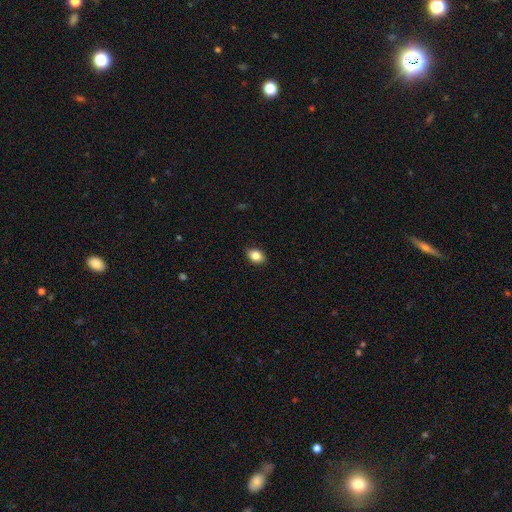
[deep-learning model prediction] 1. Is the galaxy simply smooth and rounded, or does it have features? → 84% smooth, 9% star or artifact, 8% featured or disk.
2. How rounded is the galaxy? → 74% in between, 24% round, 1% cigar-shaped.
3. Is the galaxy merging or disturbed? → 88% none, 9% minor disturbance, 2% major disturbance, 1% merger.